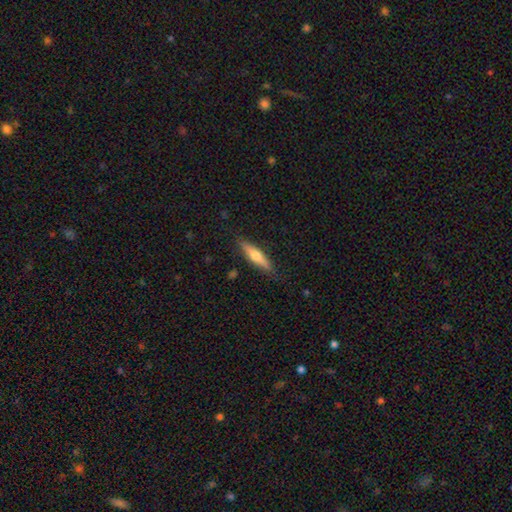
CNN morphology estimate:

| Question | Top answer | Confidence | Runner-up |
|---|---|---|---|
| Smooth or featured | smooth | 48% | featured or disk (46%) |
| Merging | none | 86% | minor disturbance (10%) |